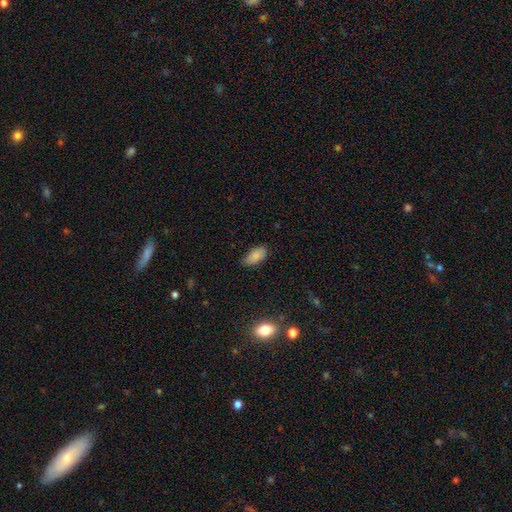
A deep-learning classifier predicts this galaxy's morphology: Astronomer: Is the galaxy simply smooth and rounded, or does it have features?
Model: smooth — 85%.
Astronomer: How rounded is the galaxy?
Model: in between — 91%.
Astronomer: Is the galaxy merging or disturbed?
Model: none — 74%.